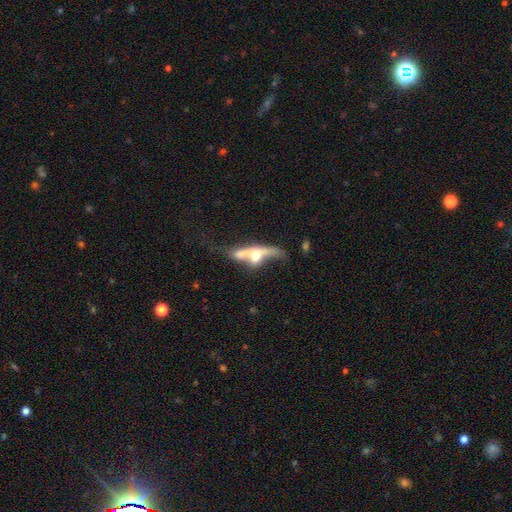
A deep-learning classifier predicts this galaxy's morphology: A featured or disk galaxy (59%) viewed edge-on (59%).

Vote fractions:
- Smooth or featured? featured or disk: 59% / smooth: 34% / star or artifact: 8%
- Edge-on disk? yes: 59% / no: 41%
- Merging? merger: 32% / major disturbance: 26% / none: 25% / minor disturbance: 17%